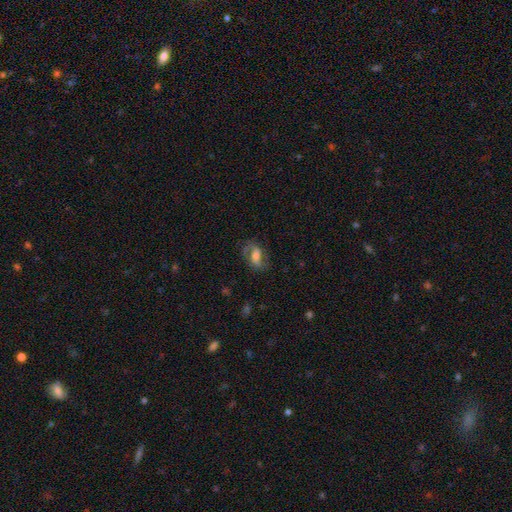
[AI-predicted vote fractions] smooth-or-featured: featured or disk: 62% | smooth: 30% | star or artifact: 8%
  disk-edge-on: no: 93% | yes: 7%
    bar: weak: 39% | strong: 35% | no: 26%
    has-spiral-arms: yes: 84% | no: 16%
    bulge-size: moderate: 45% | large: 24% | small: 20% | none: 7% | dominant: 3%
  merging: none: 66% | minor disturbance: 19% | major disturbance: 13% | merger: 2%